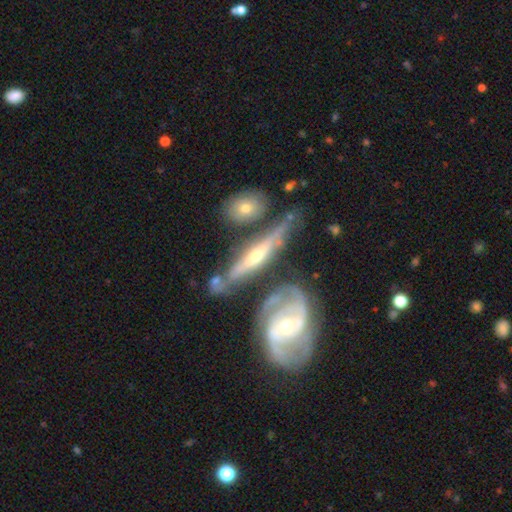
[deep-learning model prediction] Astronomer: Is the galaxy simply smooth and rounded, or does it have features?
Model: featured or disk — 77%.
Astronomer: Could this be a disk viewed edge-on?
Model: yes — 60% (runner-up: no, 40%).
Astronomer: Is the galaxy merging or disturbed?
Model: none — 48%.